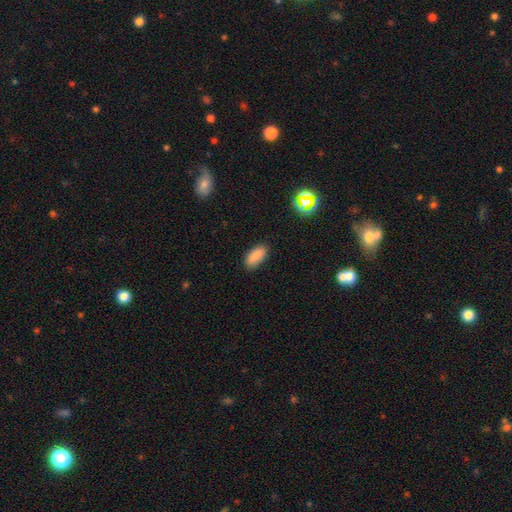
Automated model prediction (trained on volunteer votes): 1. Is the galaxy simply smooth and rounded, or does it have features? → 87% smooth, 9% star or artifact, 4% featured or disk.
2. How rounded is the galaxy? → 87% in between, 10% cigar-shaped, 2% round.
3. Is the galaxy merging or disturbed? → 86% none, 11% minor disturbance, 2% major disturbance, 1% merger.